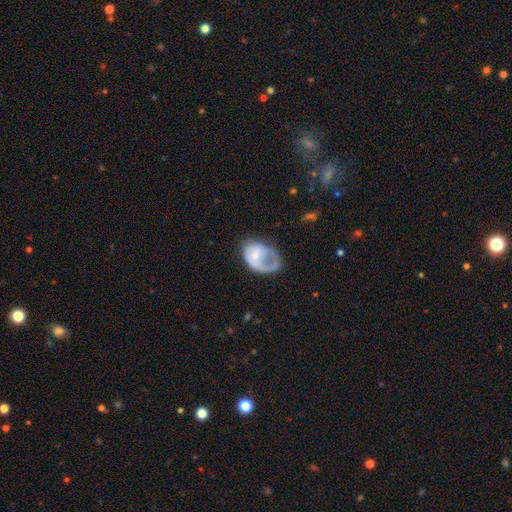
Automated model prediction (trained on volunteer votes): A smooth galaxy with no disk features (47%, tied with featured or disk). Merging: major disturbance (50%).